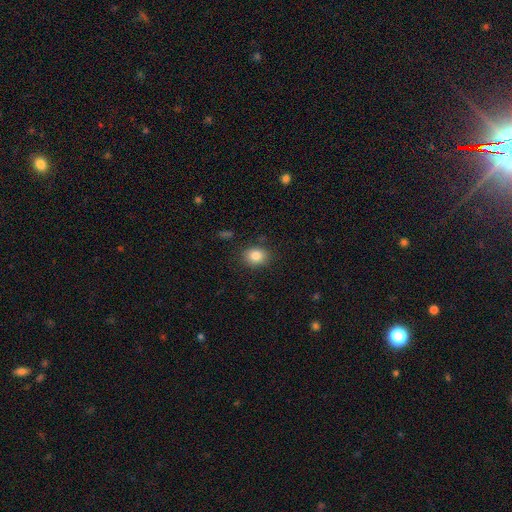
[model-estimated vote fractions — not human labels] smooth-or-featured: smooth: 85% | star or artifact: 9% | featured or disk: 6%
  how-rounded: round: 53% | in between: 46% | cigar-shaped: 1%
  merging: none: 85% | minor disturbance: 10% | major disturbance: 3% | merger: 1%